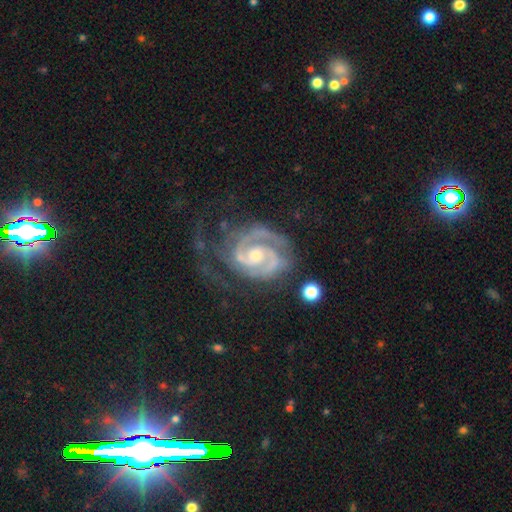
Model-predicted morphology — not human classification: featured or disk 93%, star or artifact 4%, smooth 3%. Down the decision tree: edge-on disk — no (98%); bar — no (48%); spiral arms — yes (98%); spiral arm count — 2 (79%); spiral winding — tight (62%); bulge size — moderate (57%); merging — none (54%).